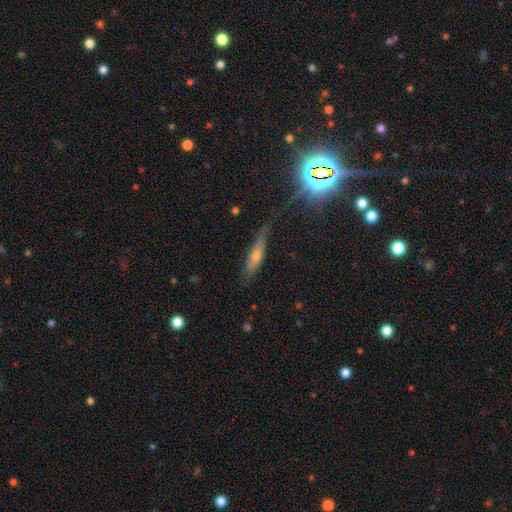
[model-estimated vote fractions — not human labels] A smooth galaxy with no disk features (45%). Merging: none (71%).